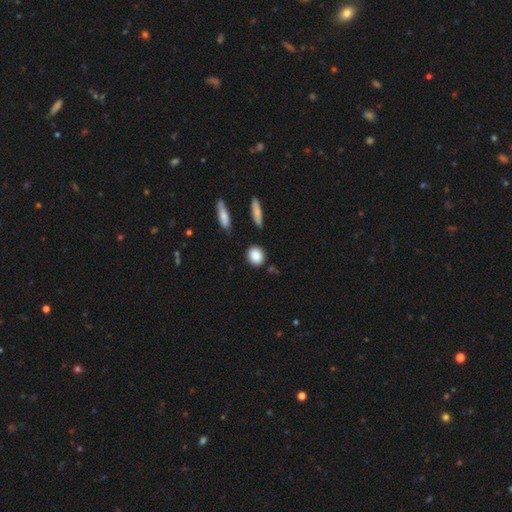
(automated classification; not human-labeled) A smooth galaxy with no disk features (88%) that is round (67%).

Vote fractions:
- Smooth or featured? smooth: 88% / star or artifact: 7% / featured or disk: 5%
- How rounded? round: 67% / in between: 30% / cigar-shaped: 3%
- Merging? none: 83% / minor disturbance: 11% / merger: 4% / major disturbance: 3%